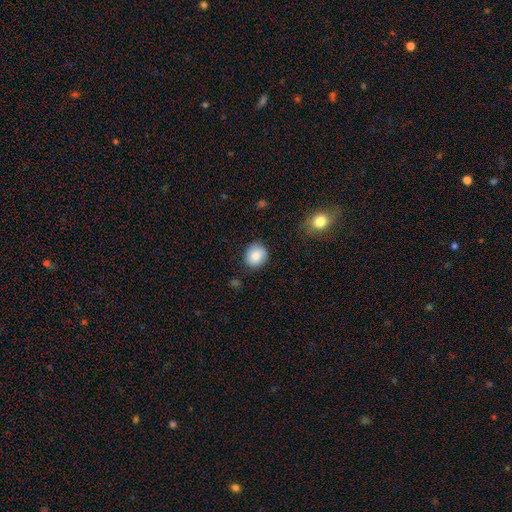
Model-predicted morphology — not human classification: smooth-or-featured: smooth: 84% | star or artifact: 8% | featured or disk: 8%
  how-rounded: round: 68% | in between: 31% | cigar-shaped: 1%
  merging: none: 82% | minor disturbance: 13% | major disturbance: 3% | merger: 2%